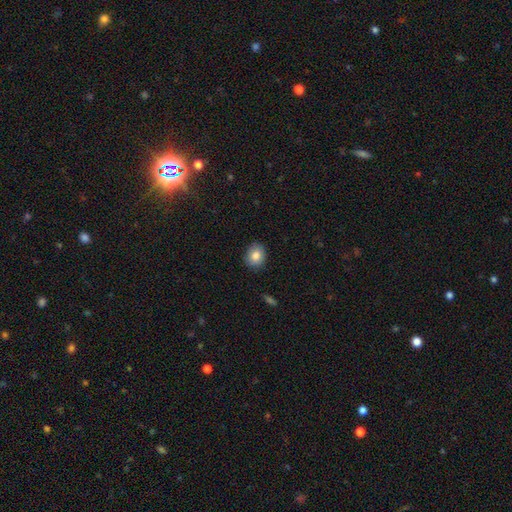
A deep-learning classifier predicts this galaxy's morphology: A smooth galaxy with no disk features (83%) that is round (60%).

Vote fractions:
- Smooth or featured? smooth: 83% / featured or disk: 9% / star or artifact: 8%
- How rounded? round: 60% / in between: 40% / cigar-shaped: 1%
- Merging? none: 88% / minor disturbance: 9% / major disturbance: 2% / merger: 1%